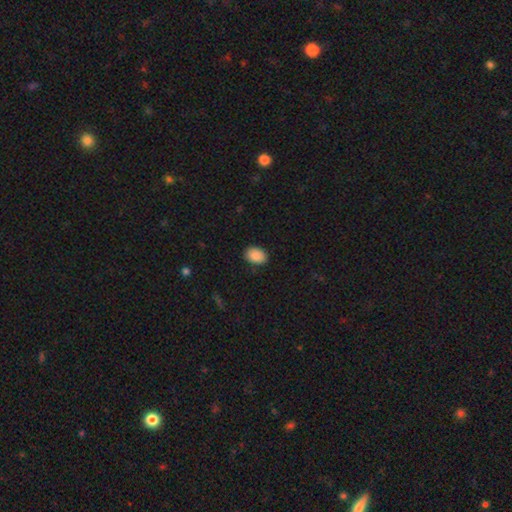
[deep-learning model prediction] Morphology: type=smooth (89%); roundness=in between (79%); merging=none (88%).